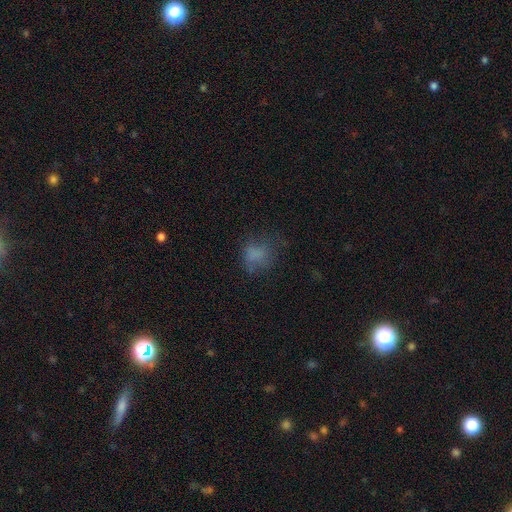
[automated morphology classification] A smooth galaxy with no disk features (68%) that is round (59%). Merging: none (51%).